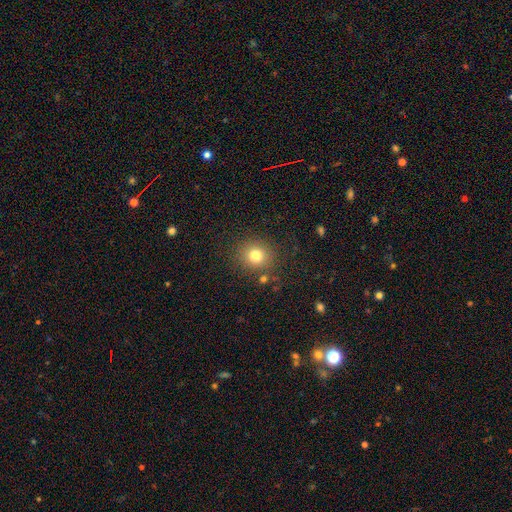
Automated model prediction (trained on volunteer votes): This is likely a smooth galaxy (79%). How rounded: clearly round (87%). Merging: clearly none (85%).